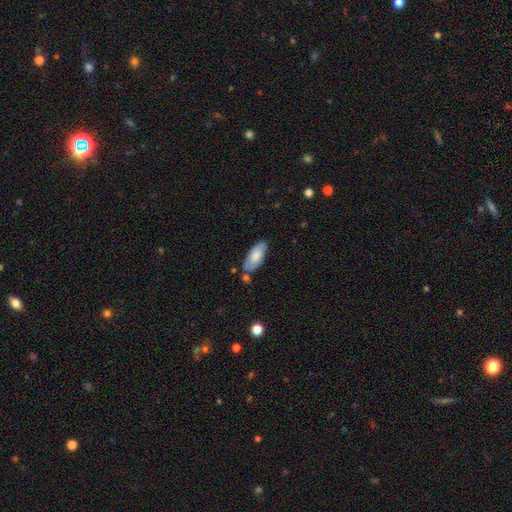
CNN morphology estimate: This is likely a smooth galaxy (78%). How rounded: clearly in between (84%). Merging: likely none (71%).